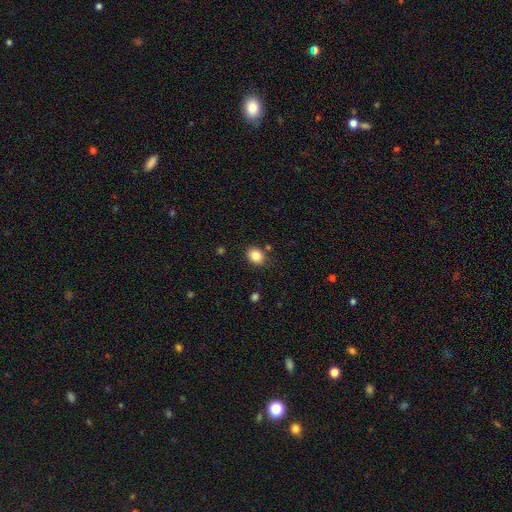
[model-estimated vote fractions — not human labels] Smooth or featured? Predicted: smooth (p=0.86). How rounded? Predicted: round (p=0.50). Merging? Predicted: none (p=0.83).